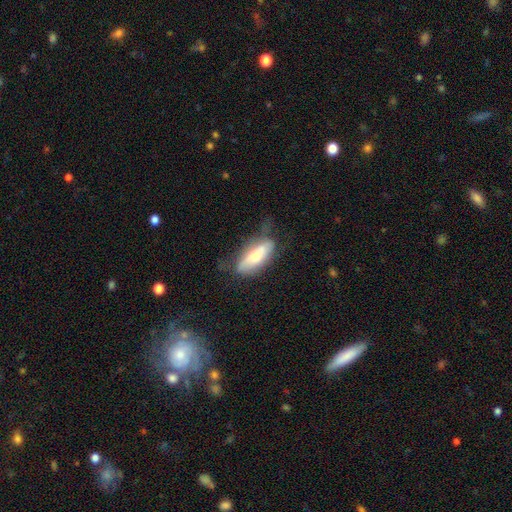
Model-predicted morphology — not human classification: A smooth galaxy with no disk features (59%) that is in between round and cigar-shaped (69%).

Vote fractions:
- Smooth or featured? smooth: 59% / featured or disk: 35% / star or artifact: 6%
- How rounded? in between: 69% / cigar-shaped: 29% / round: 2%
- Merging? none: 48% / minor disturbance: 32% / major disturbance: 16% / merger: 3%